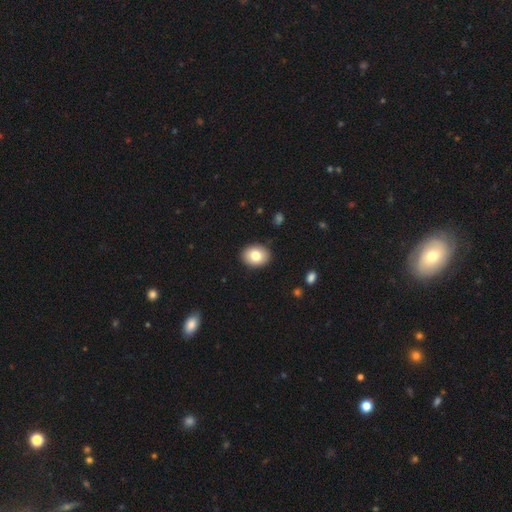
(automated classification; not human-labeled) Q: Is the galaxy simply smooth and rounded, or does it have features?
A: smooth — 80%.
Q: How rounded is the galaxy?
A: in between — 56%.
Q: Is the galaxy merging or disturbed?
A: none — 90%.